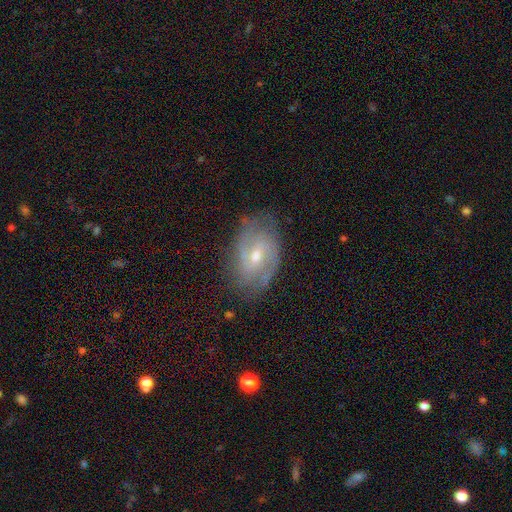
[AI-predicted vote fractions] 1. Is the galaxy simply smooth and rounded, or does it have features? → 78% featured or disk, 15% smooth, 7% star or artifact.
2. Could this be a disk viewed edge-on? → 96% no, 4% yes.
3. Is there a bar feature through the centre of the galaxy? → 57% weak, 29% no, 14% strong.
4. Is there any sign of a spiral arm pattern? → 91% yes, 9% no.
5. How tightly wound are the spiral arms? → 46% medium, 36% tight, 18% loose.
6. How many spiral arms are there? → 62% 2, 21% can't tell, 9% 3, 3% 1, 3% 4, 2% more than 4.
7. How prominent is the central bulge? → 48% moderate (tied), 48% small (tied), 2% large, 1% none, 1% dominant.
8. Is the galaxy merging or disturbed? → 72% none, 20% minor disturbance, 7% major disturbance, 1% merger.